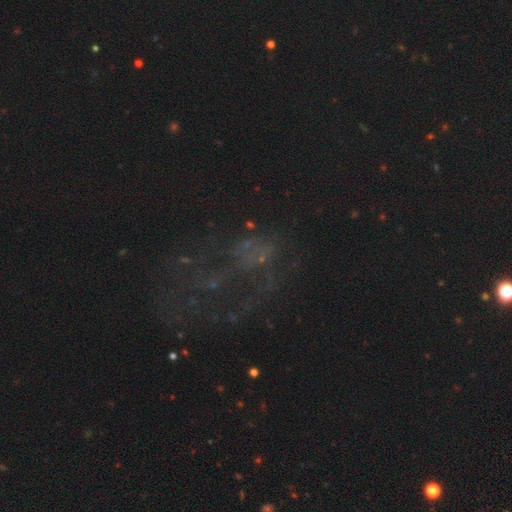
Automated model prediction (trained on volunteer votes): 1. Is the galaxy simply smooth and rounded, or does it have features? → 43% featured or disk, 39% star or artifact, 18% smooth.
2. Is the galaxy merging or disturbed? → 44% major disturbance, 36% none, 13% minor disturbance, 7% merger.